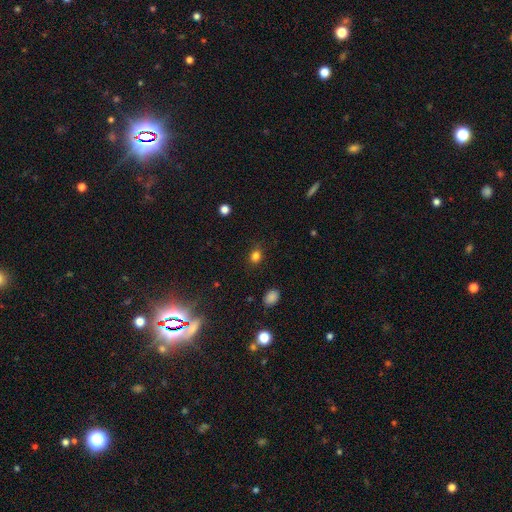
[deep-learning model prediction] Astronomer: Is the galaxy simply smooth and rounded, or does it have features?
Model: smooth — 81%.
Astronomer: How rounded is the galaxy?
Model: round — 60% (runner-up: in between, 38%).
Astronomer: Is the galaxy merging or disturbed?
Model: none — 82%.